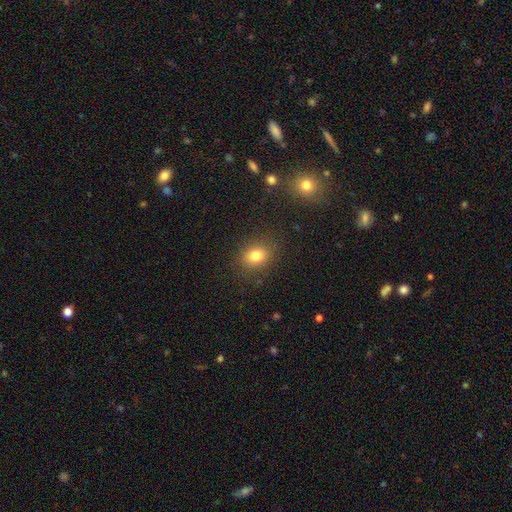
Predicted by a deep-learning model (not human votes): Overall: smooth (80%). How rounded: round (50%; in between 48%). Merging: none (85%).